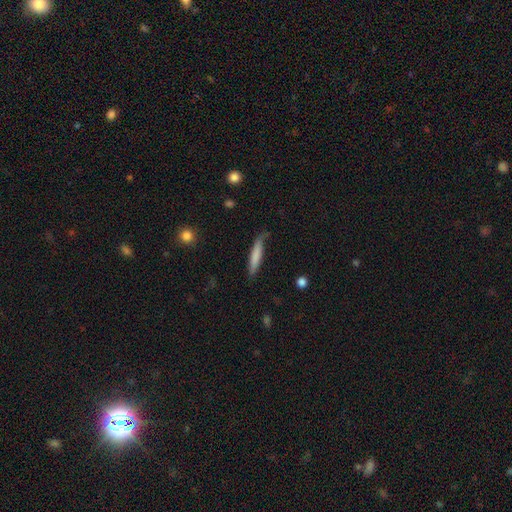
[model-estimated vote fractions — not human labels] Smooth or featured? Predicted: smooth (p=0.73). How rounded? Predicted: cigar-shaped (p=0.88). Merging? Predicted: none (p=0.62).